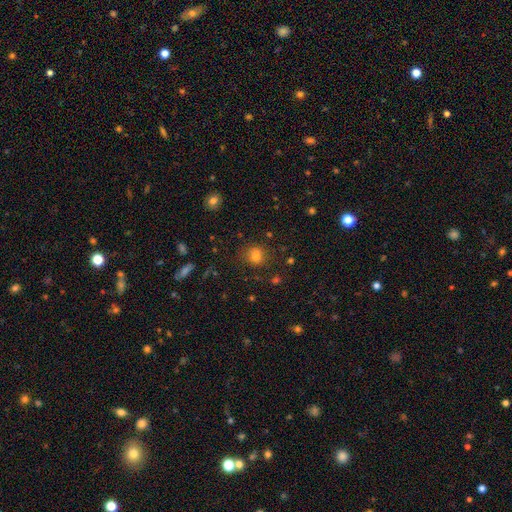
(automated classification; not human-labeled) Smooth or featured: smooth — 75% (star or artifact — 17%)
How rounded: round — 72% (in between — 26%)
Merging: none — 74% (minor disturbance — 14%)